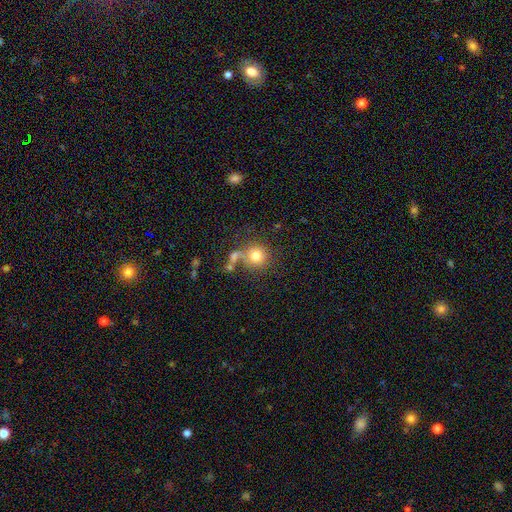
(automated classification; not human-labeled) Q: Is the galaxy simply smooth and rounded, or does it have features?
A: smooth — 77%.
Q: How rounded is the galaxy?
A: round — 89%.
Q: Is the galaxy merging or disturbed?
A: none — 55%.